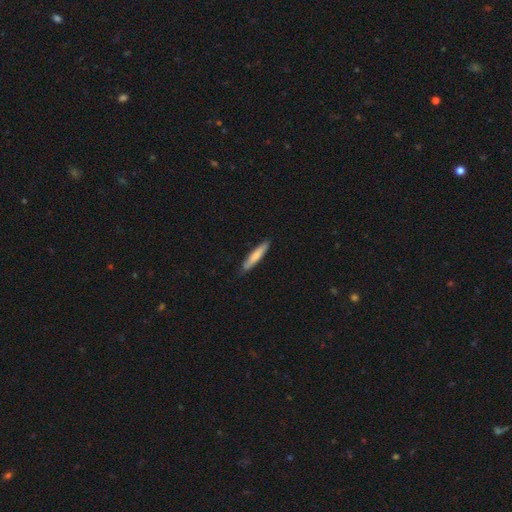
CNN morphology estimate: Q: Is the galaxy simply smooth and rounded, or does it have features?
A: smooth — 72%.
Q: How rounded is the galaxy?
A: cigar-shaped — 89%.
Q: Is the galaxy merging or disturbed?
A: none — 86%.